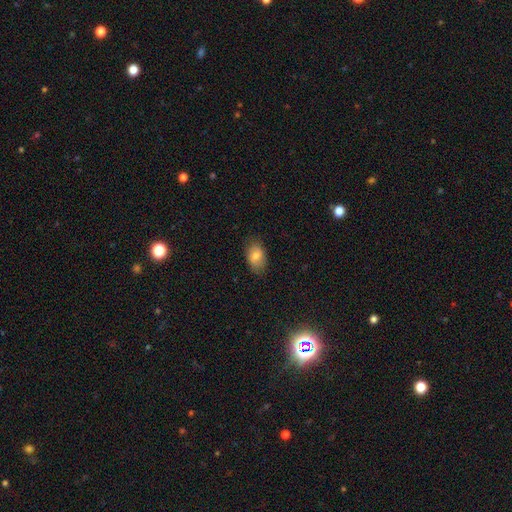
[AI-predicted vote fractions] smooth 79%, featured or disk 13%, star or artifact 8%. Down the decision tree: how rounded — in between (88%); merging — none (81%).